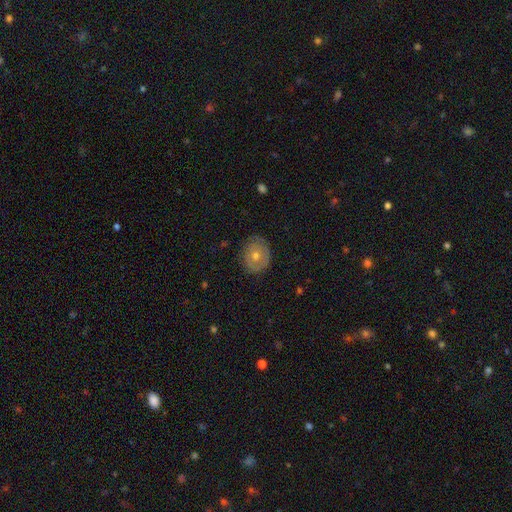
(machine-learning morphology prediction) type=featured or disk (52%); edge-on=no (95%); merging=none (80%).